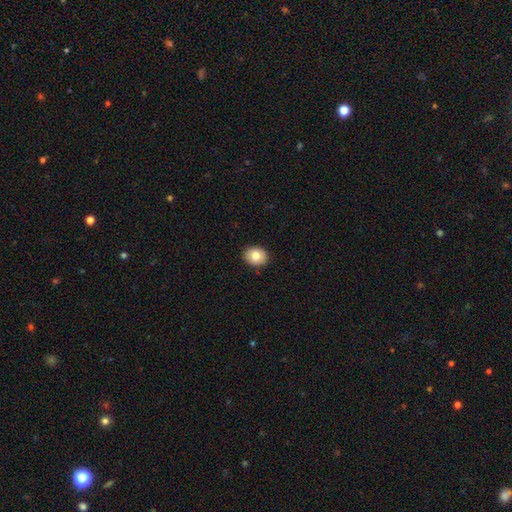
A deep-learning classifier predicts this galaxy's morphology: A smooth galaxy with no disk features (78%) that is round (54%). Merging: none (90%).